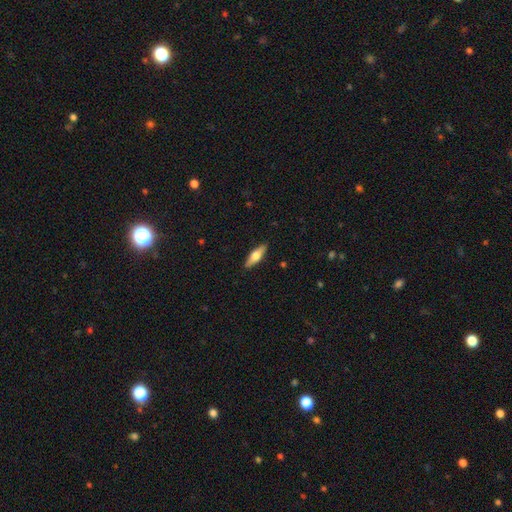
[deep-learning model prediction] Smooth or featured? Predicted: smooth (p=0.54). How rounded? Predicted: in between (p=0.50). Merging? Predicted: none (p=0.89).